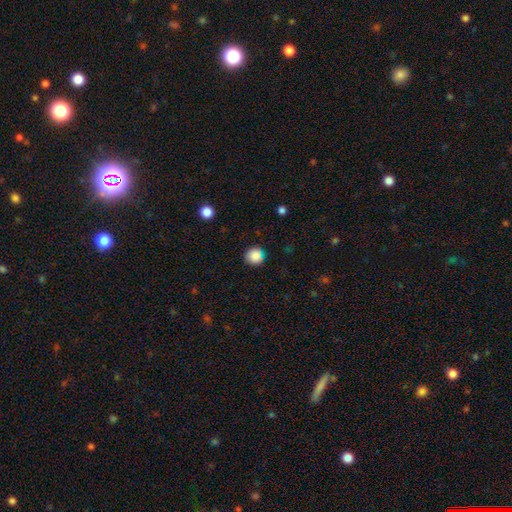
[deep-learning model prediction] The model was most divided on "merging": none: 85%, minor disturbance: 10%, major disturbance: 3%, merger: 2%. More confident: how rounded — round (91%); smooth or featured — smooth (86%).